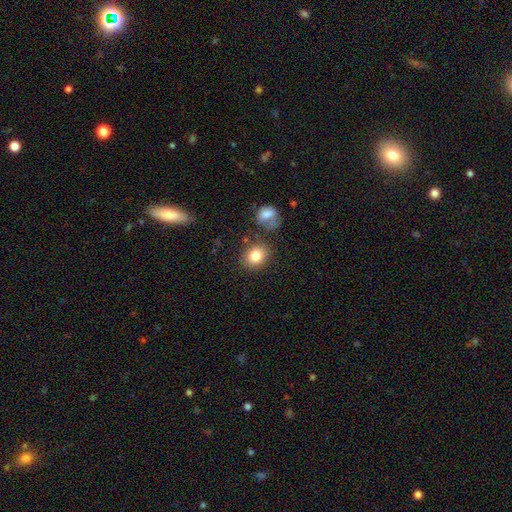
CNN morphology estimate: Overall: smooth (83%). How rounded: round (57%; in between 42%). Merging: none (75%).